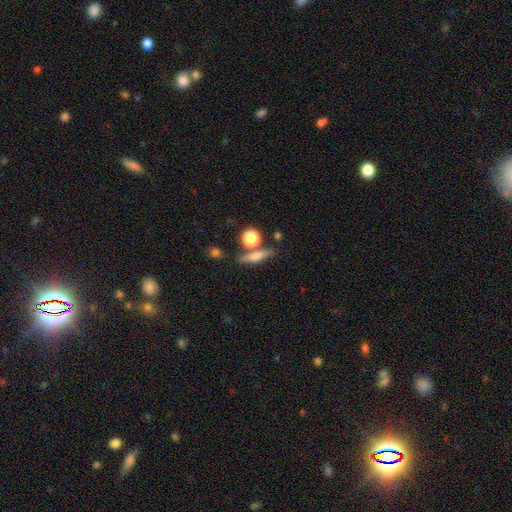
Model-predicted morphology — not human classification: smooth-or-featured: smooth: 57% | featured or disk: 33% | star or artifact: 10%
  how-rounded: cigar-shaped: 61% | in between: 26% | round: 13%
  merging: none: 72% | merger: 13% | minor disturbance: 11% | major disturbance: 4%